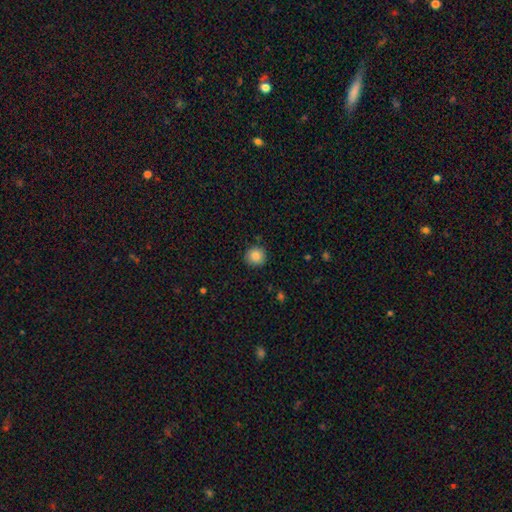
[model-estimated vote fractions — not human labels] smooth 87%, star or artifact 9%, featured or disk 4%. Down the decision tree: how rounded — round (92%); merging — none (88%).